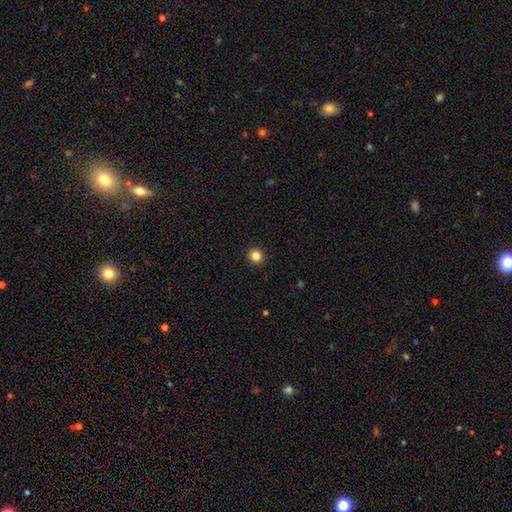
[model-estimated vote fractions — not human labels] Morphology: type=smooth (84%); roundness=round (91%); merging=none (93%).